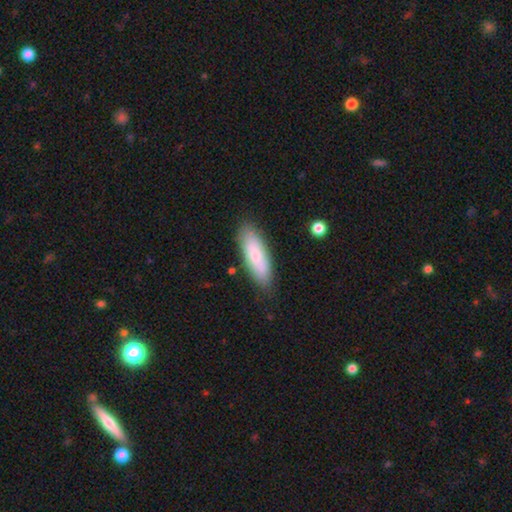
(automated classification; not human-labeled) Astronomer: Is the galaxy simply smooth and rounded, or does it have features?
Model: smooth — 71%.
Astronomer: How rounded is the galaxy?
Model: in between — 58% (runner-up: cigar-shaped, 40%).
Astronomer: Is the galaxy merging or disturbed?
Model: none — 83%.